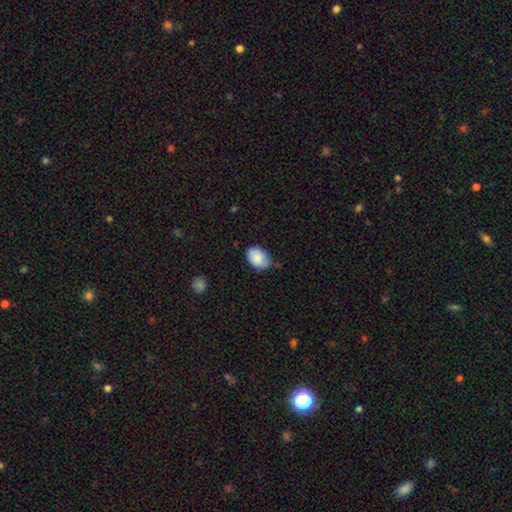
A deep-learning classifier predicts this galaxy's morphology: smooth_or_featured: smooth (p=0.85) [alt: featured or disk p=0.08]
how_rounded: in between (p=0.81) [alt: round p=0.18]
merging: none (p=0.59) [alt: minor disturbance p=0.34]